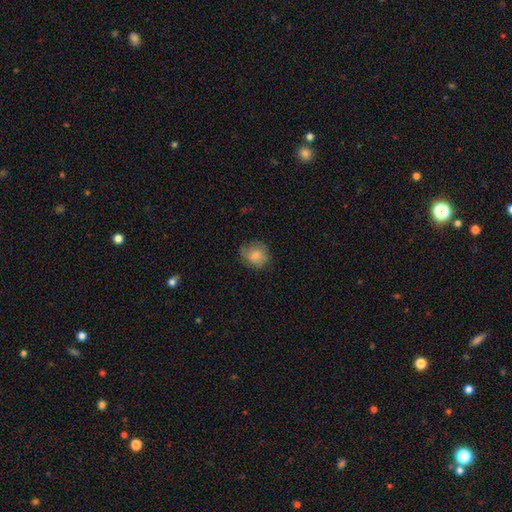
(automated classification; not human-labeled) Smooth or featured? smooth (74%)
How rounded? round (73%)
Merging? none (66%)